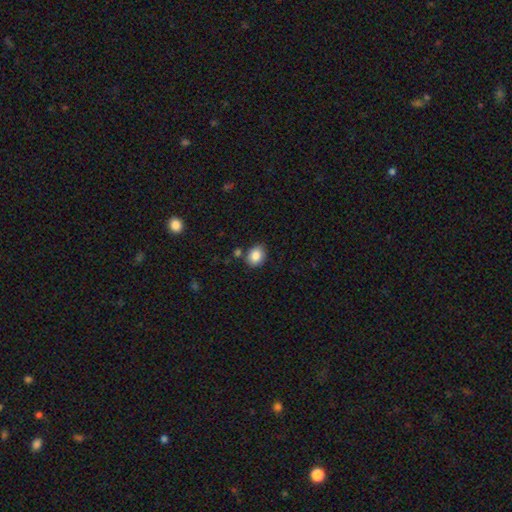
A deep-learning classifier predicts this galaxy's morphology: The model was most divided on "how rounded": round: 52%, in between: 47%, cigar-shaped: 1%. More confident: smooth or featured — smooth (85%); merging — none (79%).